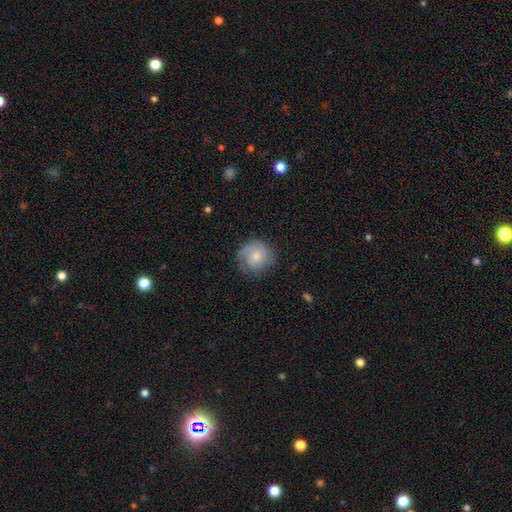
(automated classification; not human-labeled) This is possibly a smooth galaxy (47%). Merging: likely none (68%).